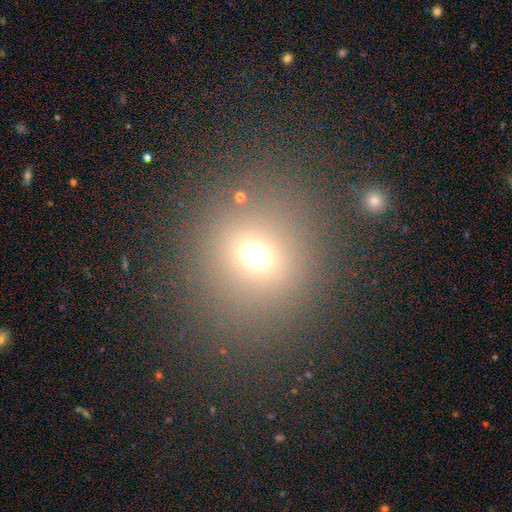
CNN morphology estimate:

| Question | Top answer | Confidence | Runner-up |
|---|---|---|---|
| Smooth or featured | smooth | 65% | star or artifact (25%) |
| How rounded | round | 79% | in between (20%) |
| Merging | none | 82% | minor disturbance (9%) |